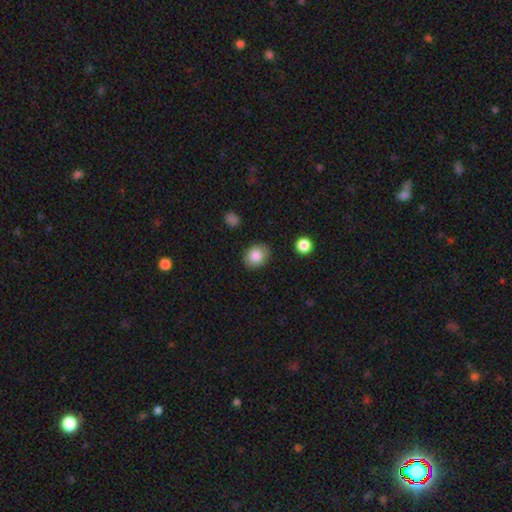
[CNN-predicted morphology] smooth_or_featured: smooth (p=0.84) [alt: star or artifact p=0.08]
how_rounded: in between (p=0.54) [alt: round p=0.46]
merging: none (p=0.86) [alt: minor disturbance p=0.10]